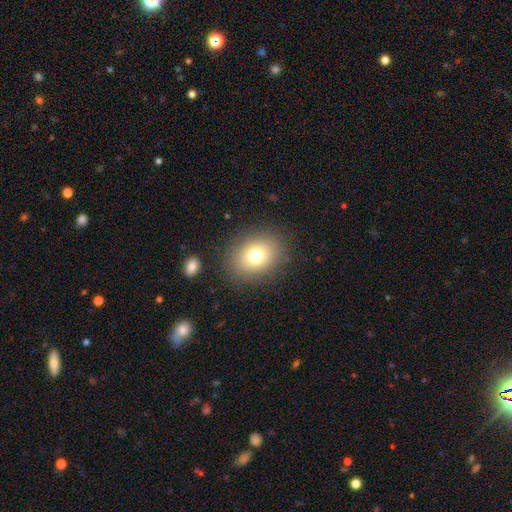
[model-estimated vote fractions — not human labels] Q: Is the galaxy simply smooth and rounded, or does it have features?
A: smooth — 74%.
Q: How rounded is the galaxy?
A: in between — 53%.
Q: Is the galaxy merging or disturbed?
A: none — 85%.